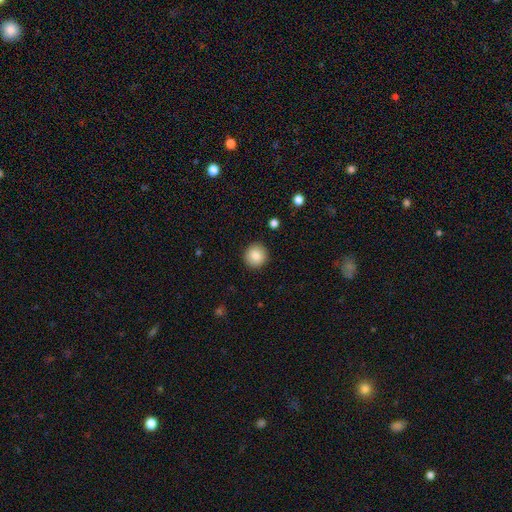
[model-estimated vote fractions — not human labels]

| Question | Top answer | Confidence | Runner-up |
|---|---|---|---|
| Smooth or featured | smooth | 86% | star or artifact (8%) |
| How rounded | round | 94% | in between (5%) |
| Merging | none | 92% | minor disturbance (5%) |